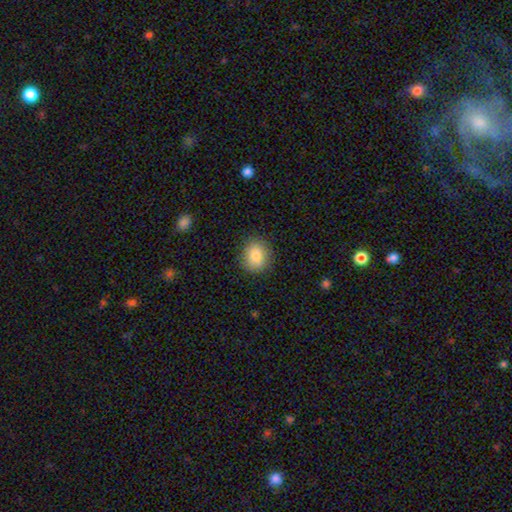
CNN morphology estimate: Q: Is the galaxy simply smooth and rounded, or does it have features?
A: smooth — 85%.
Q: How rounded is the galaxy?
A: round — 62%.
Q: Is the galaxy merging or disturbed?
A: none — 86%.